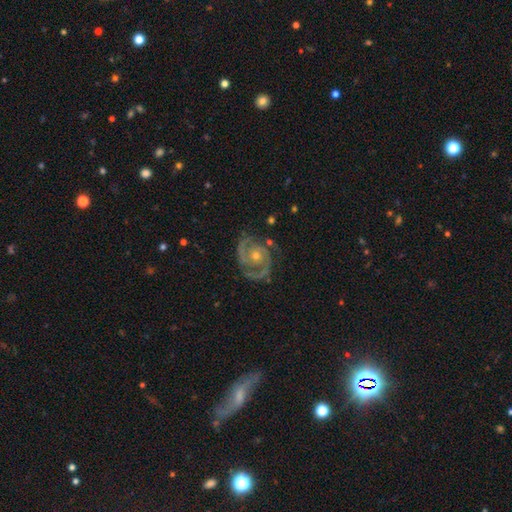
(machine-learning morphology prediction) Smooth or featured? Predicted: featured or disk (p=0.91). Edge-on disk? Predicted: no (p=0.98). Bar? Predicted: no (p=0.73). Spiral arms? Predicted: yes (p=0.98). Spiral winding? Predicted: tight (p=0.50). Spiral arm count? Predicted: 2 (p=0.83). Bulge size? Predicted: moderate (p=0.52). Merging? Predicted: none (p=0.77).